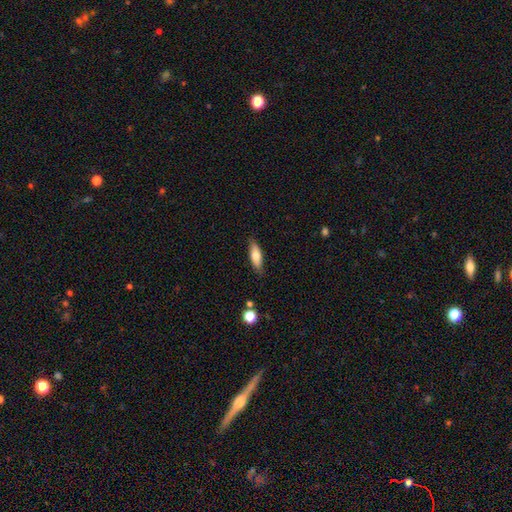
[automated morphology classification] type=smooth (71%); roundness=in between (54%); merging=none (84%).